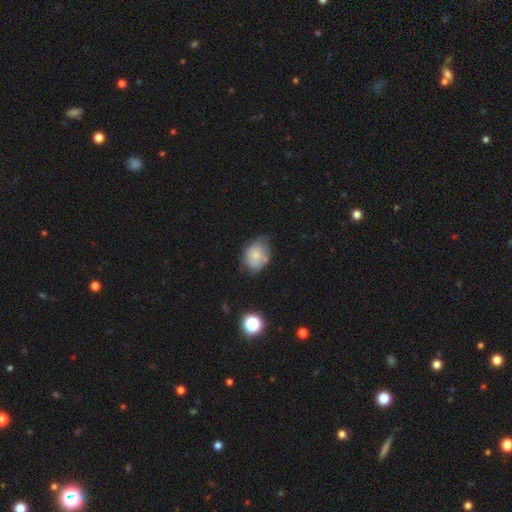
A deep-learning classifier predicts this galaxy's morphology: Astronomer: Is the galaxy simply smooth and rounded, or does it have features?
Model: smooth — 64%.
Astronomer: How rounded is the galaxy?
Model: in between — 65%.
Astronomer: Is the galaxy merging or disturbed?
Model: none — 52% (runner-up: minor disturbance, 34%).